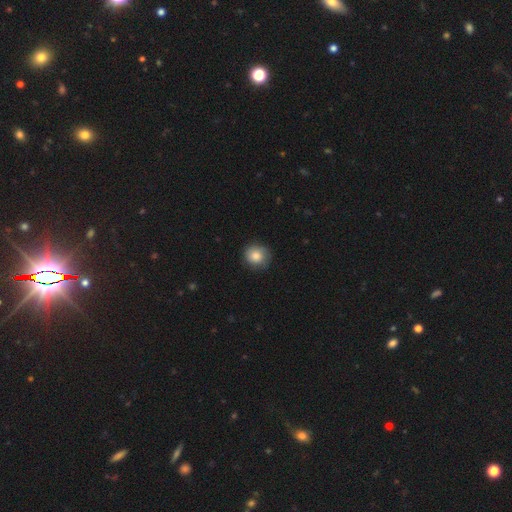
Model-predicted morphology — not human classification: Overall: smooth (82%). How rounded: round (89%). Merging: none (81%).